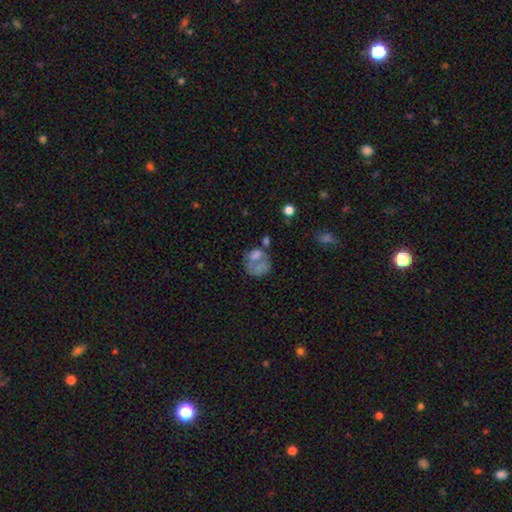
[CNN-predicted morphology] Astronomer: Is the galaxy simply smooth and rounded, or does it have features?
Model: smooth — 57%.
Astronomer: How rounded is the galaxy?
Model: round — 63%.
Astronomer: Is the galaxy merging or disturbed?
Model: none — 35% (runner-up: merger, 23%).